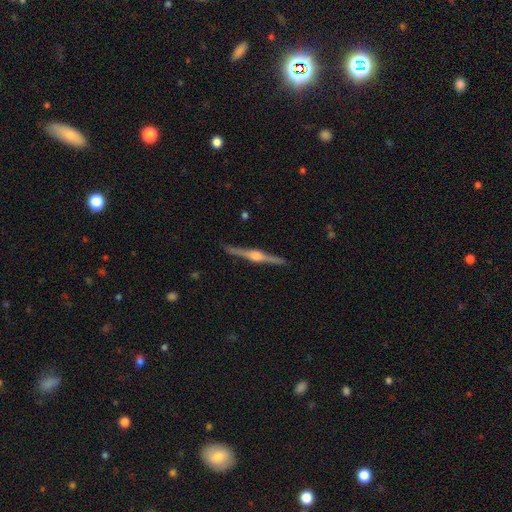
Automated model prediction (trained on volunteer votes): featured or disk 87%, smooth 9%, star or artifact 5%. Down the decision tree: edge-on disk — yes (99%); edge-on bulge — rounded (91%); merging — none (92%).